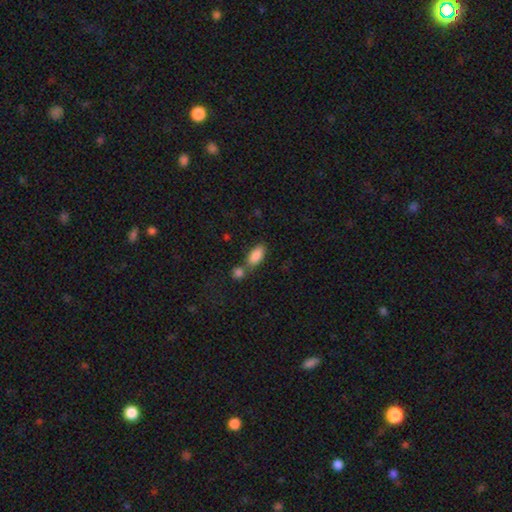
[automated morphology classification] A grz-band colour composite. It shows a smooth galaxy with no disk features (87%) that is in between round and cigar-shaped (89%). Merging: none (51%).